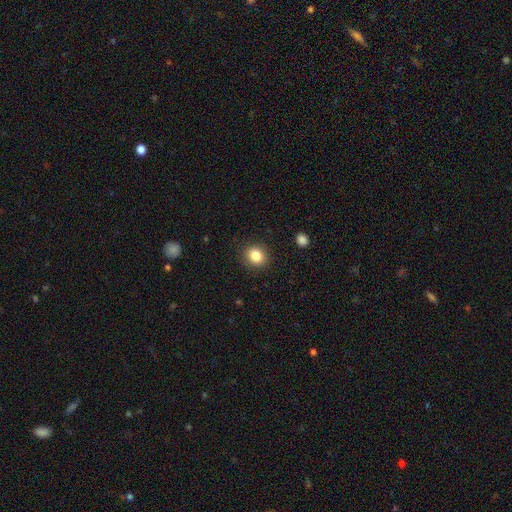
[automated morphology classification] Smooth or featured?
  - smooth: 84% *
  - star or artifact: 11%
  - featured or disk: 5%
How rounded?
  - round: 78% *
  - in between: 21%
  - cigar-shaped: 1%
Merging?
  - none: 90% *
  - minor disturbance: 7%
  - major disturbance: 2%
  - merger: 1%